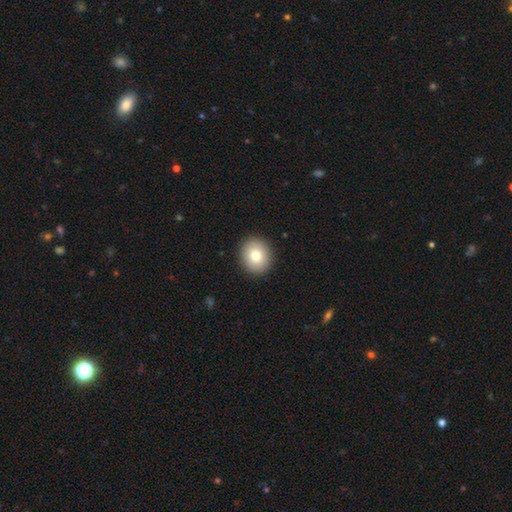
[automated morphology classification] smooth_or_featured: smooth (p=0.80) [alt: featured or disk p=0.11]
how_rounded: round (p=0.78) [alt: in between p=0.22]
merging: none (p=0.92) [alt: minor disturbance p=0.06]